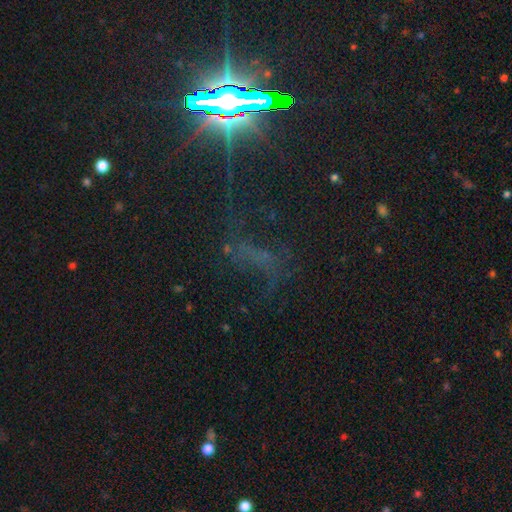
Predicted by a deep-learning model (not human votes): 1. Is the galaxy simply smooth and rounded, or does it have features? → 66% star or artifact, 21% featured or disk, 14% smooth.